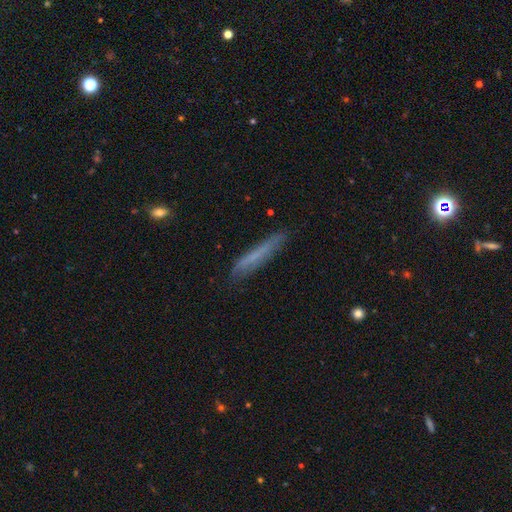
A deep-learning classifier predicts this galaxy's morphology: type=smooth (61%); roundness=cigar-shaped (93%); merging=none (80%).